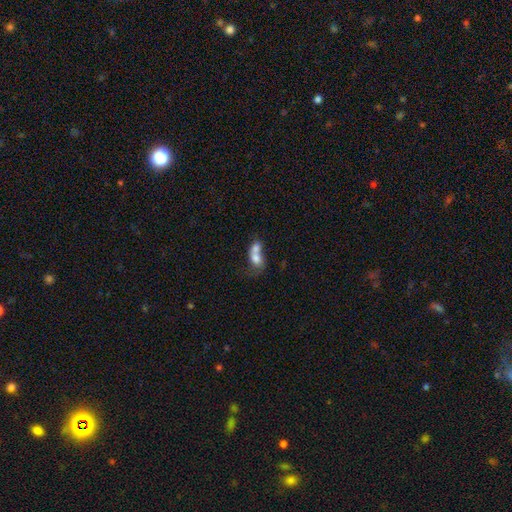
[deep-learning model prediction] This is likely a smooth galaxy (67%). How rounded: likely in between (60%). Merging: likely merger (80%).